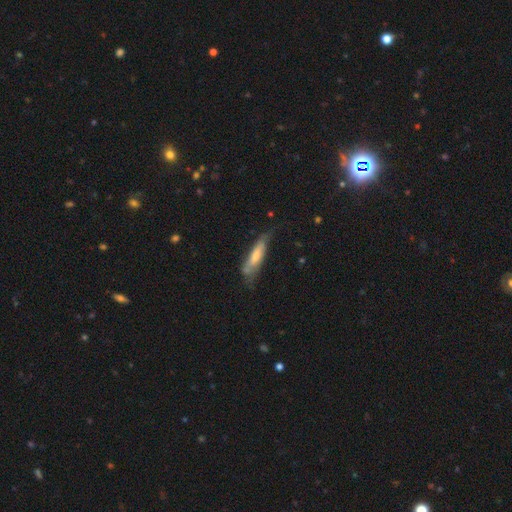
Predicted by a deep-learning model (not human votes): This is marginally a featured or disk galaxy (42%, tied with smooth). Merging: likely none (68%).